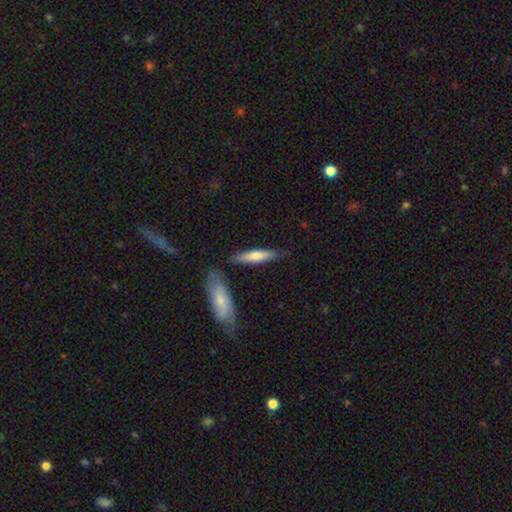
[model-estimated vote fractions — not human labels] smooth_or_featured: smooth (p=0.64) [alt: featured or disk p=0.31]
how_rounded: cigar-shaped (p=0.83) [alt: in between p=0.16]
merging: none (p=0.75) [alt: minor disturbance p=0.15]